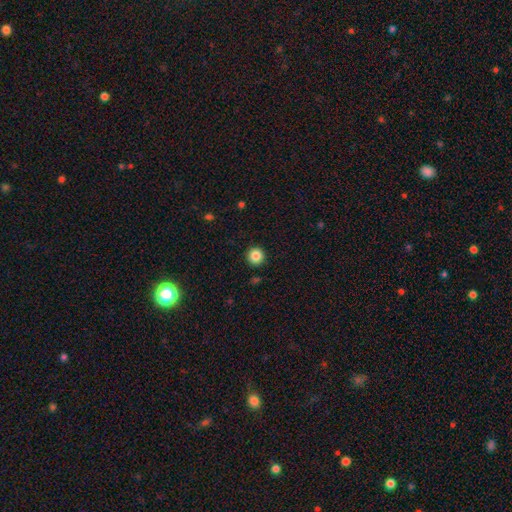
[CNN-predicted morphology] smooth 86%, star or artifact 10%, featured or disk 4%. Down the decision tree: how rounded — round (95%); merging — none (92%).